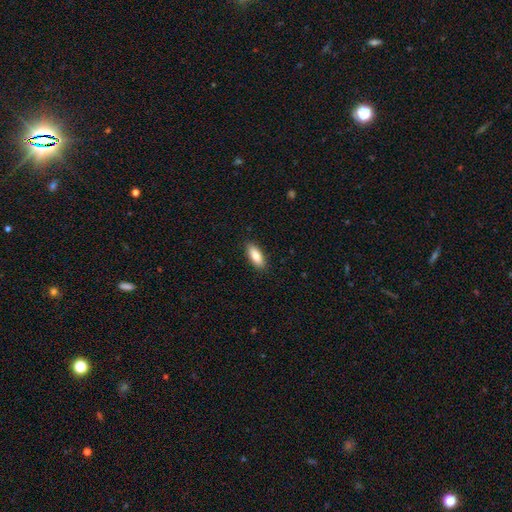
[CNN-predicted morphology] Smooth or featured: smooth — 83% (featured or disk — 11%)
How rounded: in between — 77% (cigar-shaped — 21%)
Merging: none — 89% (minor disturbance — 8%)